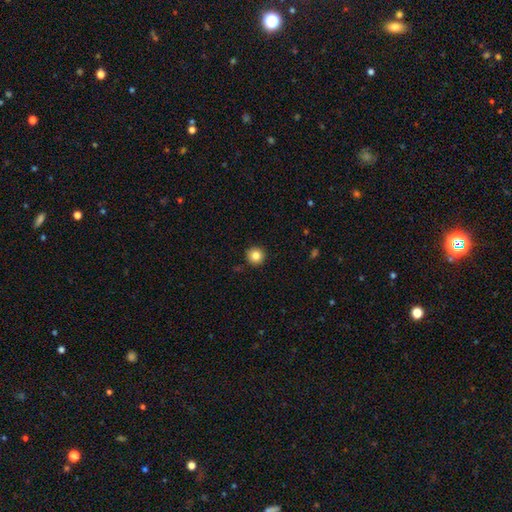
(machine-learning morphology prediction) smooth_or_featured: smooth (p=0.84) [alt: star or artifact p=0.10]
how_rounded: round (p=0.96) [alt: in between p=0.03]
merging: none (p=0.92) [alt: minor disturbance p=0.05]